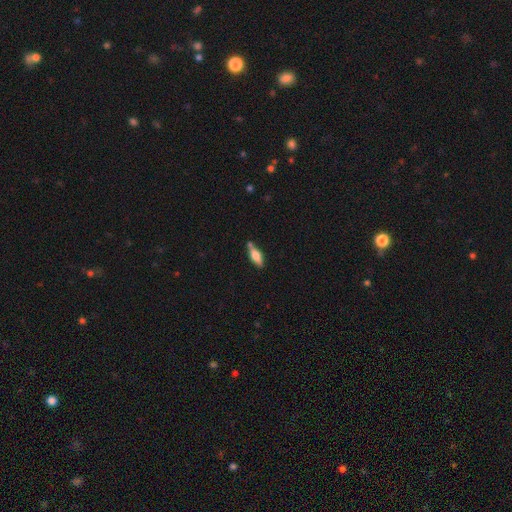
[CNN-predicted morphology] Overall: smooth (62%; featured or disk 32%). How rounded: in between (59%; cigar-shaped 39%). Merging: none (69%).